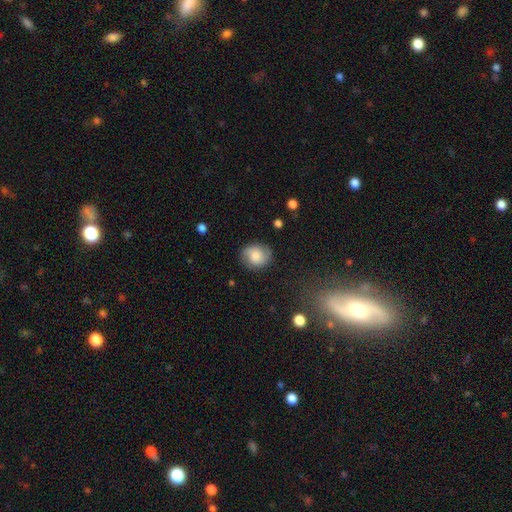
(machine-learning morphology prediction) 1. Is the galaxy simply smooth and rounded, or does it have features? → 64% smooth, 28% featured or disk, 9% star or artifact.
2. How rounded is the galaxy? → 63% round, 36% in between, 1% cigar-shaped.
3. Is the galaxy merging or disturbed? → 81% none, 14% minor disturbance, 4% major disturbance, 1% merger.